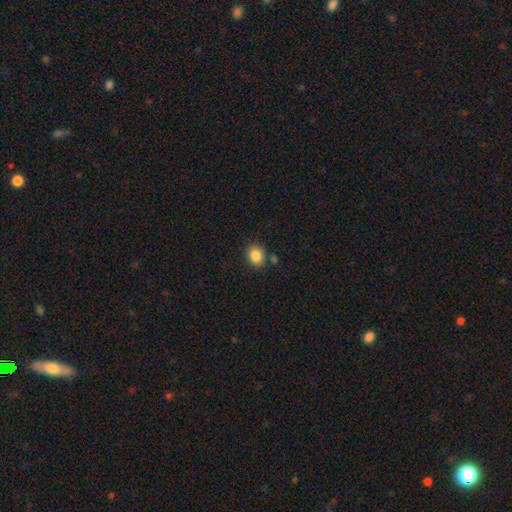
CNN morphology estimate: A smooth galaxy with no disk features (85%) that is round (65%). Merging: none (81%).